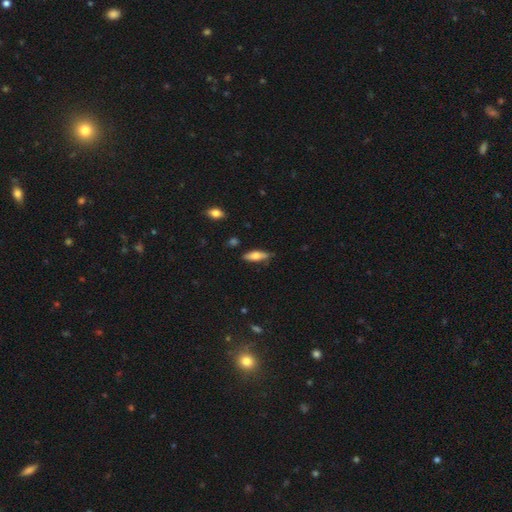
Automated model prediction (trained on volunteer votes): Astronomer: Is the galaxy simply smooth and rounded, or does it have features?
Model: smooth — 64%.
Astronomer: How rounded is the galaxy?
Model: in between — 52% (runner-up: cigar-shaped, 46%).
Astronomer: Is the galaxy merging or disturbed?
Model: none — 77%.